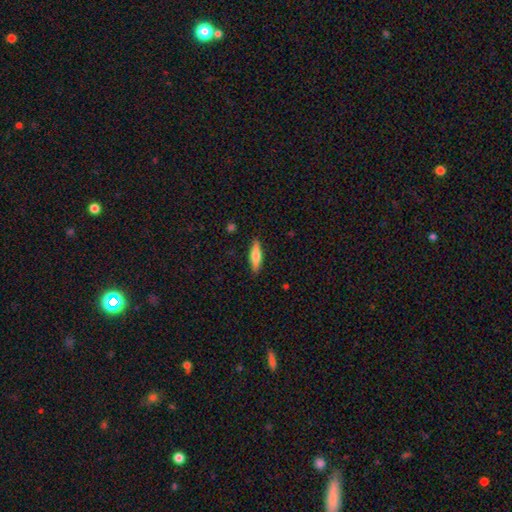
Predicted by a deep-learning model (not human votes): Q: Smooth or featured?
A: smooth (58%); runner-up: featured or disk (36%)
Q: How rounded?
A: cigar-shaped (68%); runner-up: in between (30%)
Q: Merging?
A: none (88%); runner-up: minor disturbance (9%)